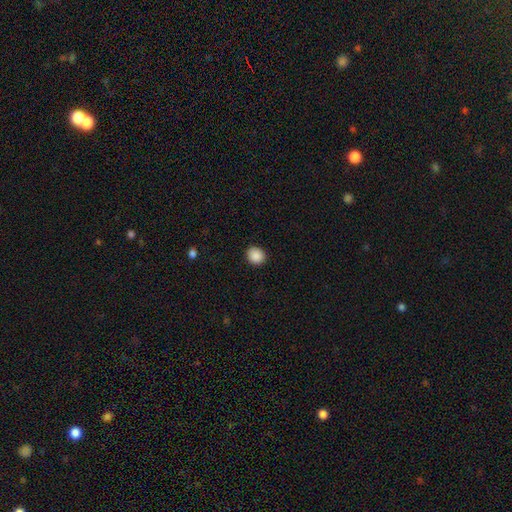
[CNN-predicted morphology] A smooth galaxy with no disk features (88%) that is round (78%). Merging: none (90%).